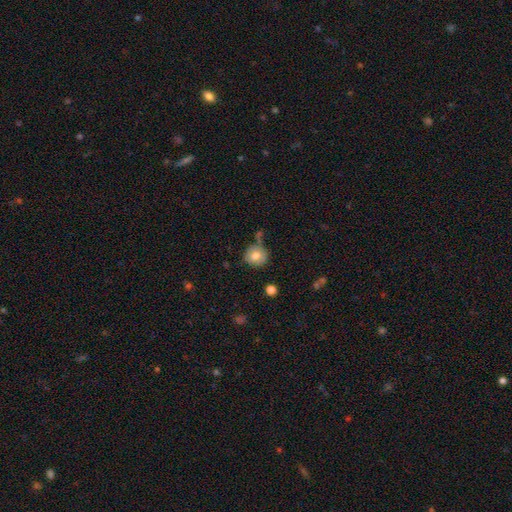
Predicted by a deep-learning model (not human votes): A smooth galaxy with no disk features (75%) that is round (87%).

Vote fractions:
- Smooth or featured? smooth: 75% / featured or disk: 16% / star or artifact: 9%
- How rounded? round: 87% / in between: 12% / cigar-shaped: 1%
- Merging? none: 75% / minor disturbance: 15% / merger: 7% / major disturbance: 4%